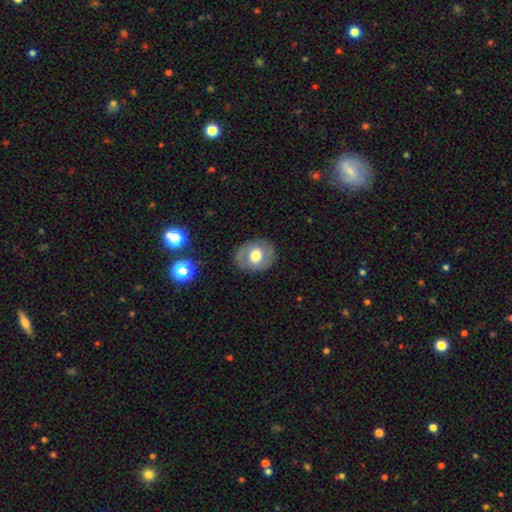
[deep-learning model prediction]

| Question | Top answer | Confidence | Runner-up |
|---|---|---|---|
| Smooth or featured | featured or disk | 48% | smooth (45%) |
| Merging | none | 83% | minor disturbance (11%) |